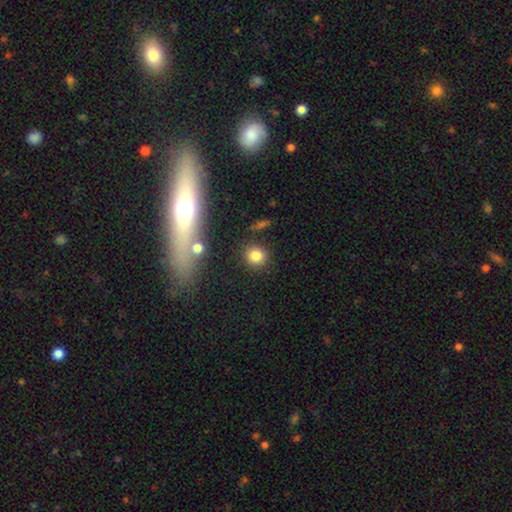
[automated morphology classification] type=smooth (81%); roundness=round (85%); merging=none (84%).